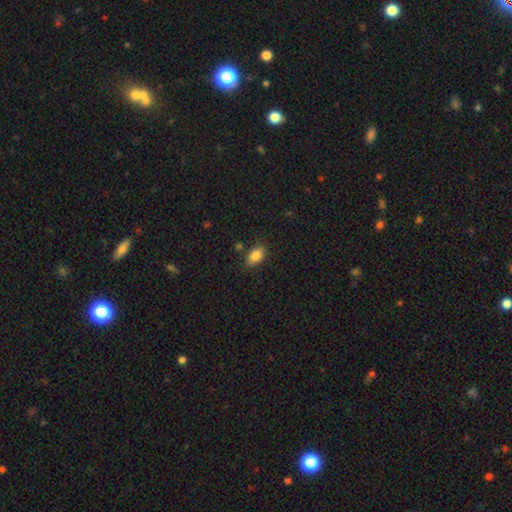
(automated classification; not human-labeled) Smooth or featured?
  - smooth: 84% *
  - star or artifact: 9%
  - featured or disk: 7%
How rounded?
  - in between: 90% *
  - round: 8%
  - cigar-shaped: 3%
Merging?
  - none: 83% *
  - minor disturbance: 12%
  - merger: 3%
  - major disturbance: 3%